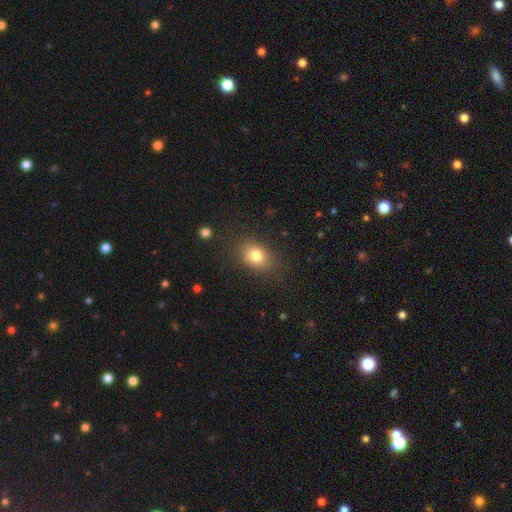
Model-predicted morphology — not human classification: smooth 80%, star or artifact 11%, featured or disk 9%. Down the decision tree: how rounded — in between (62%); merging — none (79%).